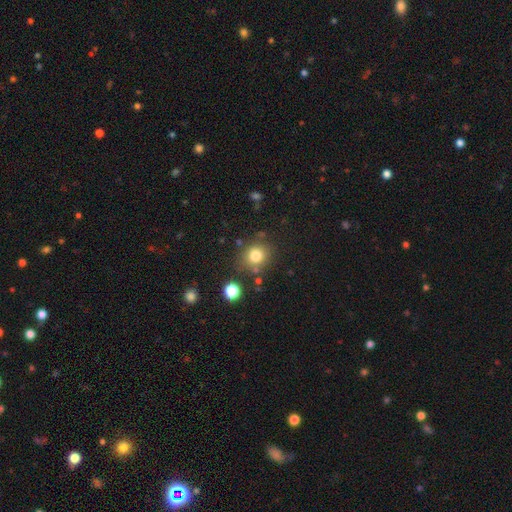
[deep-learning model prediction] This is likely a smooth galaxy (79%). How rounded: likely round (78%). Merging: likely none (77%).